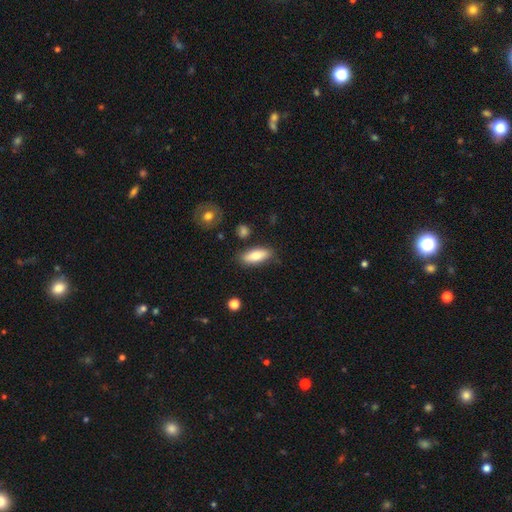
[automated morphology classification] Q: Smooth or featured?
A: smooth (78%); runner-up: featured or disk (16%)
Q: How rounded?
A: in between (72%); runner-up: cigar-shaped (26%)
Q: Merging?
A: none (83%); runner-up: minor disturbance (12%)